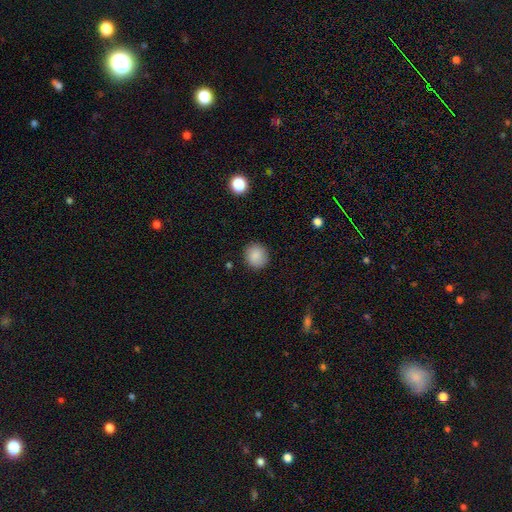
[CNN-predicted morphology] A smooth galaxy with no disk features (88%) that is round (87%). Merging: none (90%).